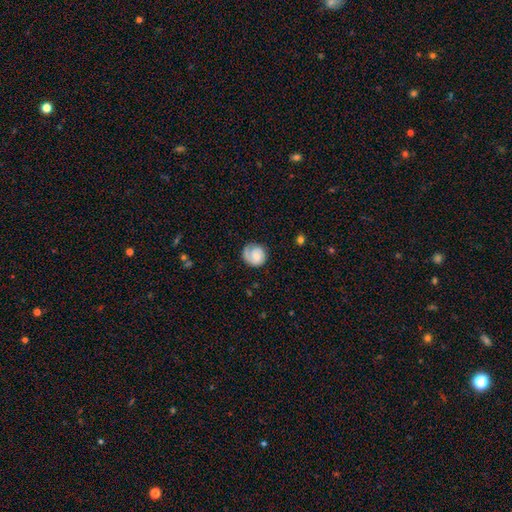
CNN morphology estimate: A featured or disk galaxy (54%) with no bar (72%), spiral arms (89%) and a small central bulge (47%). Merging: none (67%).